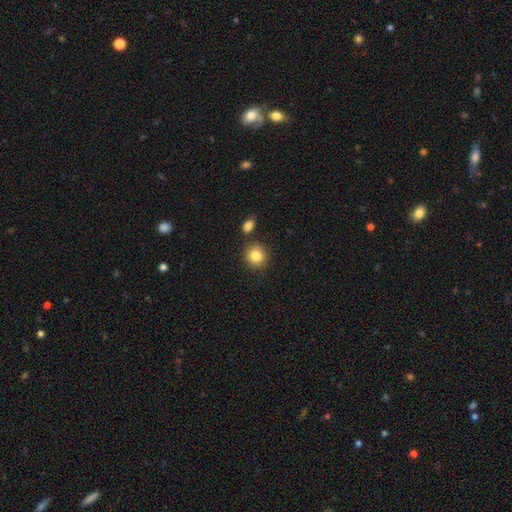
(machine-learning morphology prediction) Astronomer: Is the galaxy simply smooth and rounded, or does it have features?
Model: smooth — 84%.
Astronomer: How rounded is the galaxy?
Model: round — 88%.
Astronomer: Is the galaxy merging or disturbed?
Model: none — 82%.